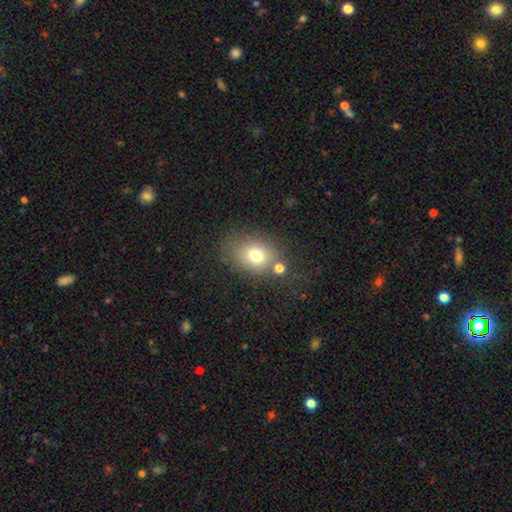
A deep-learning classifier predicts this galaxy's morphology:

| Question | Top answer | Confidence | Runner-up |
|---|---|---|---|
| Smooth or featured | smooth | 74% | star or artifact (13%) |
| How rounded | in between | 61% | round (38%) |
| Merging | none | 66% | minor disturbance (14%) |